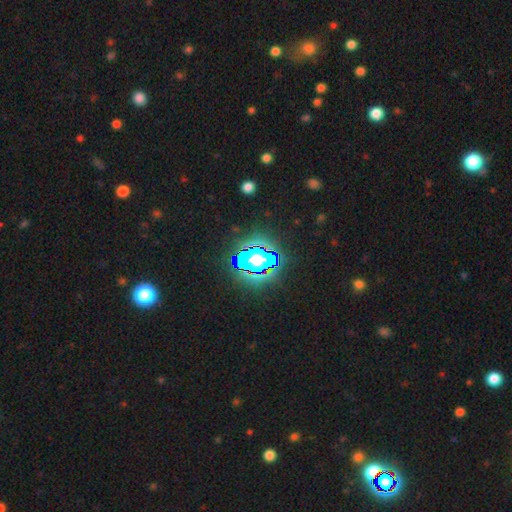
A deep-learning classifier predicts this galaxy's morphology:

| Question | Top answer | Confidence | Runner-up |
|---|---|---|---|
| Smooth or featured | star or artifact | 80% | smooth (13%) |